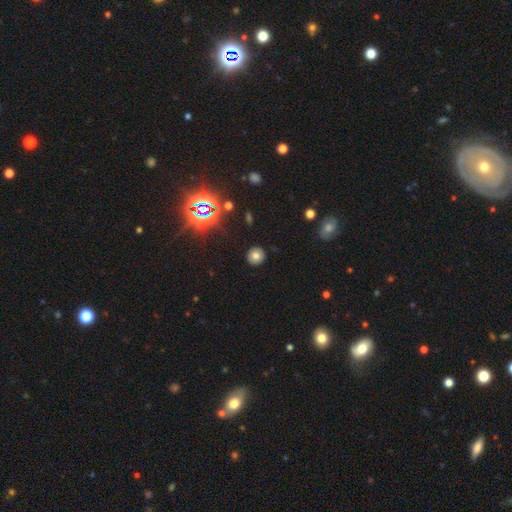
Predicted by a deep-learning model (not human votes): A smooth galaxy with no disk features (69%) that is round (92%). Merging: none (90%).